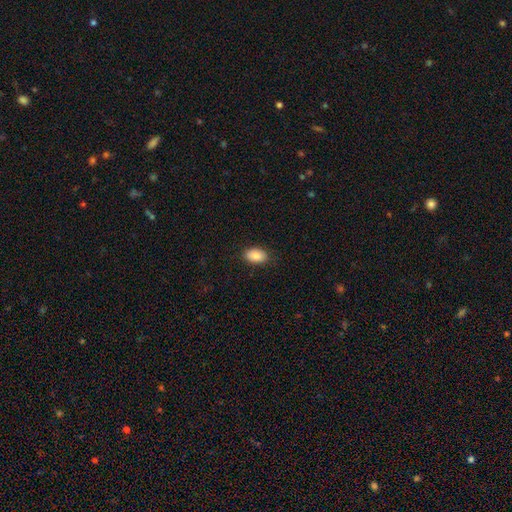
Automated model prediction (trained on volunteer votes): Morphology: type=smooth (88%); roundness=in between (90%); merging=none (86%).